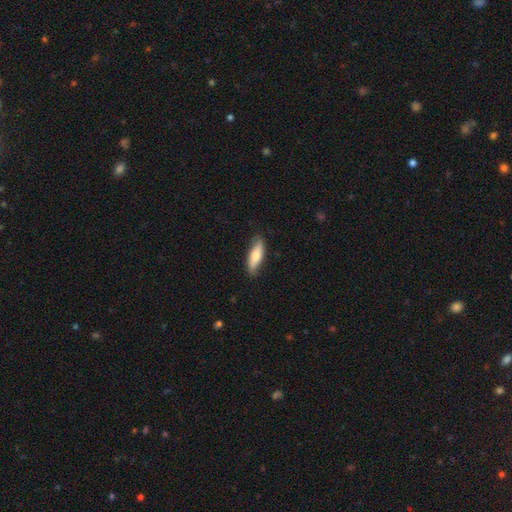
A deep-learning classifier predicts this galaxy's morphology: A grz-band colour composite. It shows a smooth galaxy with no disk features (71%) that is in between round and cigar-shaped (50%). Merging: none (82%).